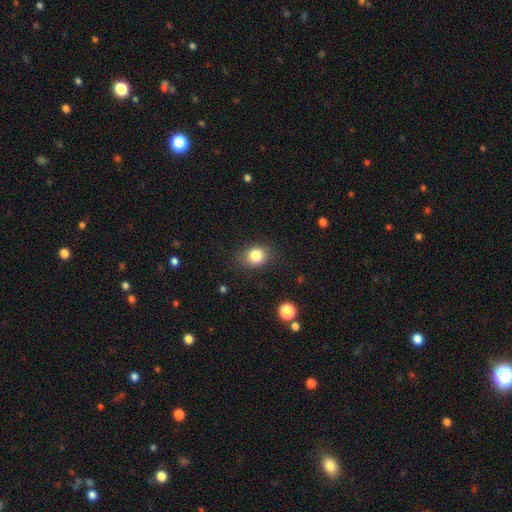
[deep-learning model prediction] A smooth galaxy with no disk features (83%) that is round (56%).

Vote fractions:
- Smooth or featured? smooth: 83% / star or artifact: 10% / featured or disk: 7%
- How rounded? round: 56% / in between: 43% / cigar-shaped: 1%
- Merging? none: 82% / minor disturbance: 13% / major disturbance: 4% / merger: 1%